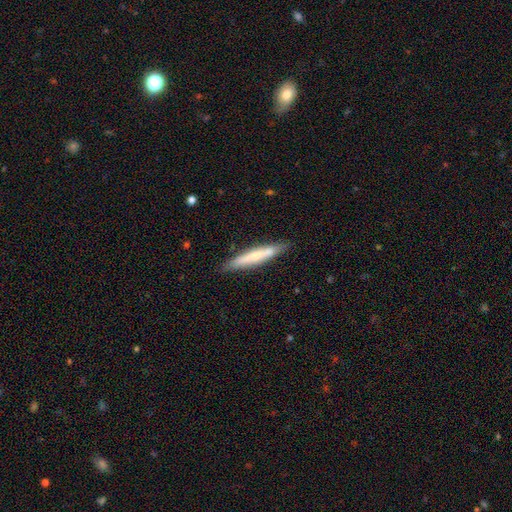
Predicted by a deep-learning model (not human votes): smooth_or_featured: smooth (p=0.60) [alt: featured or disk p=0.34]
how_rounded: cigar-shaped (p=0.93) [alt: in between p=0.06]
merging: none (p=0.85) [alt: minor disturbance p=0.11]